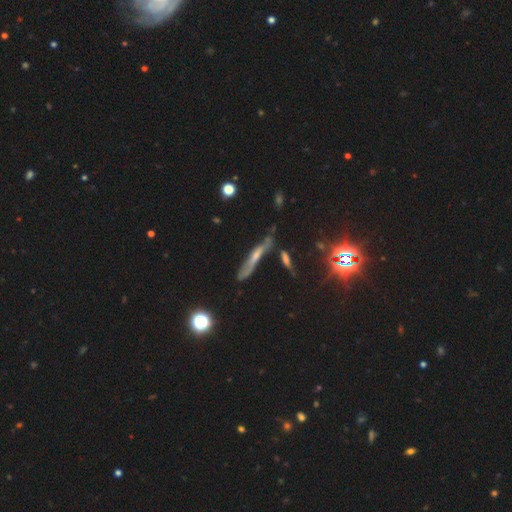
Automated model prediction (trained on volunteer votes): A featured or disk galaxy (53%) viewed edge-on (81%).

Vote fractions:
- Smooth or featured? featured or disk: 53% / smooth: 27% / star or artifact: 20%
- Edge-on disk? yes: 81% / no: 19%
- Merging? none: 57% / minor disturbance: 22% / merger: 11% / major disturbance: 10%